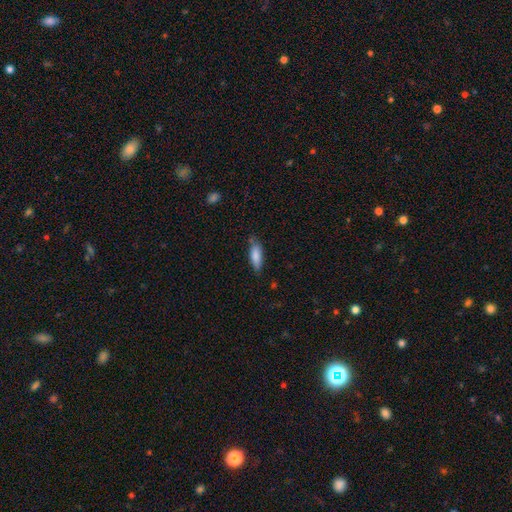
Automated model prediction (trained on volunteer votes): smooth_or_featured: smooth (p=0.84) [alt: featured or disk p=0.10]
how_rounded: in between (p=0.59) [alt: cigar-shaped p=0.40]
merging: none (p=0.71) [alt: minor disturbance p=0.22]